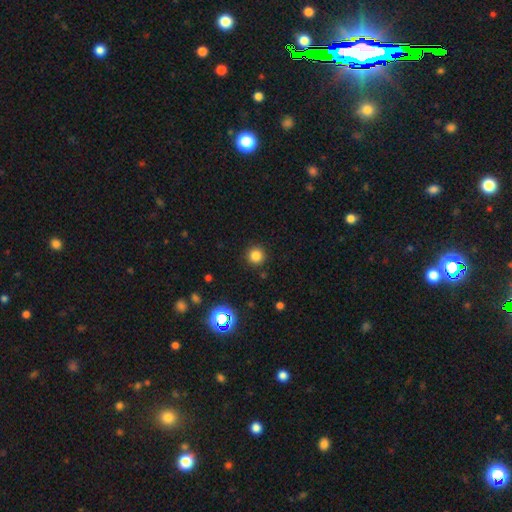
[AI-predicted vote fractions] Smooth or featured: smooth — 81% (star or artifact — 14%)
How rounded: round — 95% (in between — 4%)
Merging: none — 91% (minor disturbance — 5%)